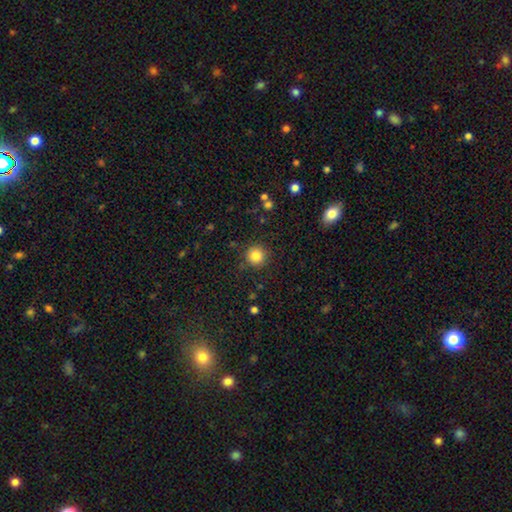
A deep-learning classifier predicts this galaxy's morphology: A smooth galaxy with no disk features (84%) that is round (95%).

Vote fractions:
- Smooth or featured? smooth: 84% / star or artifact: 11% / featured or disk: 5%
- How rounded? round: 95% / in between: 5% / cigar-shaped: 1%
- Merging? none: 89% / minor disturbance: 7% / major disturbance: 3% / merger: 2%